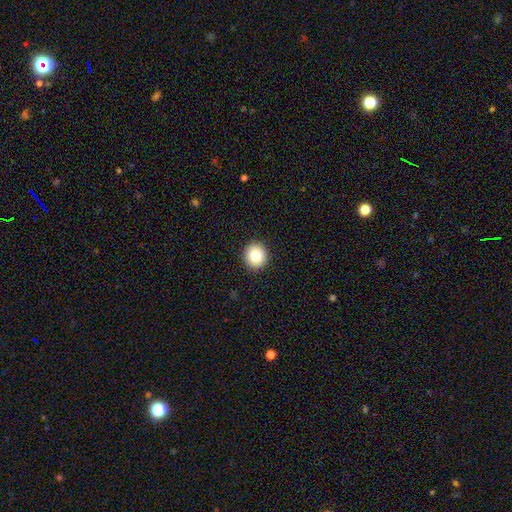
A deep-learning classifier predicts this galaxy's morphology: A smooth galaxy with no disk features (84%) that is round (89%).

Vote fractions:
- Smooth or featured? smooth: 84% / star or artifact: 9% / featured or disk: 7%
- How rounded? round: 89% / in between: 10% / cigar-shaped: 1%
- Merging? none: 93% / minor disturbance: 5% / major disturbance: 2% / merger: 1%